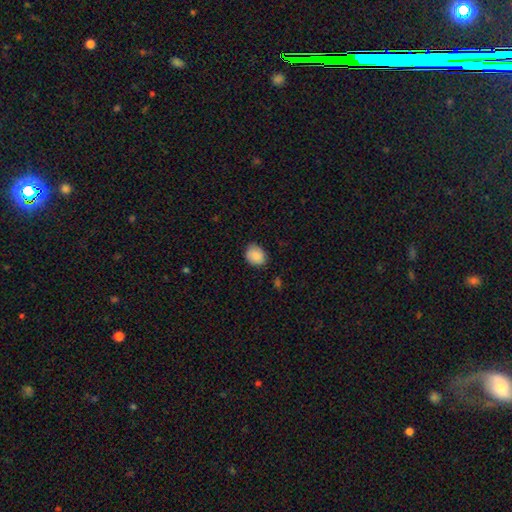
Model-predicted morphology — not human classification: A smooth galaxy with no disk features (88%) that is round (56%).

Vote fractions:
- Smooth or featured? smooth: 88% / star or artifact: 7% / featured or disk: 5%
- How rounded? round: 56% / in between: 43% / cigar-shaped: 1%
- Merging? none: 81% / minor disturbance: 16% / major disturbance: 3% / merger: 1%